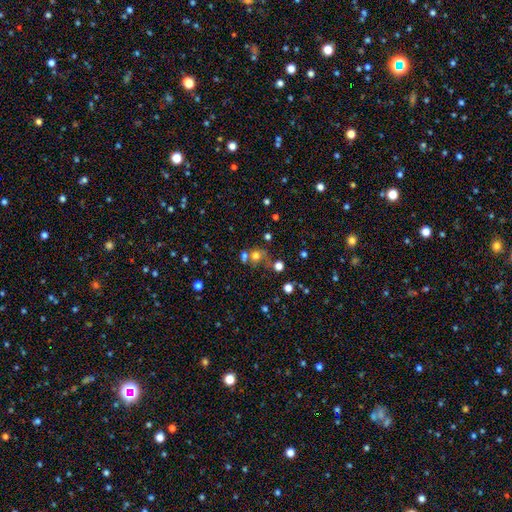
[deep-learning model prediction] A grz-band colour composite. It shows a smooth galaxy with no disk features (62%) that is round (76%). Merging: none (43%).